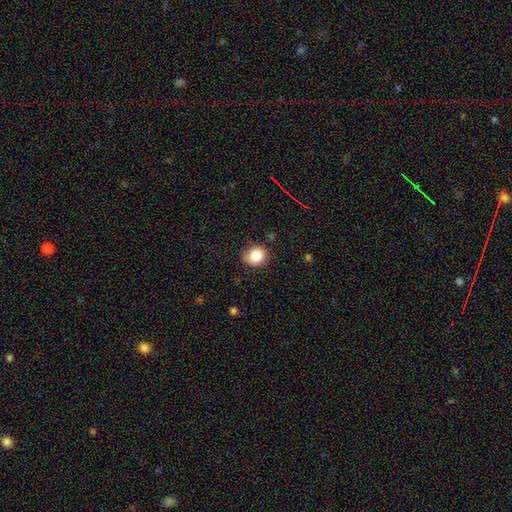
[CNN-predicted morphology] smooth 85%, star or artifact 10%, featured or disk 5%. Down the decision tree: how rounded — round (75%); merging — none (83%).